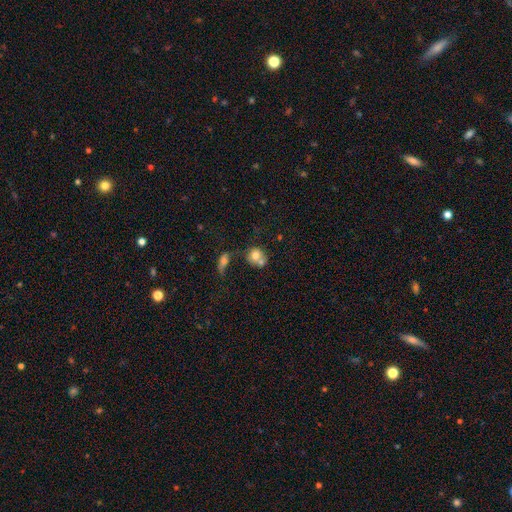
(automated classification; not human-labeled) This appears to be a smooth galaxy with no disk features (70%) that is round (75%). Merging: merger (50%).